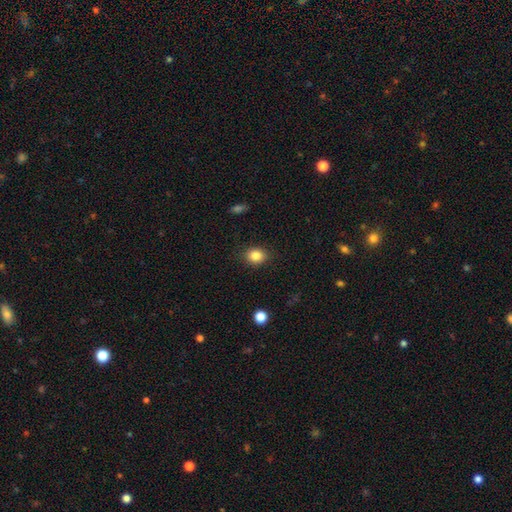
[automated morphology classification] Q: Smooth or featured?
A: smooth (84%); runner-up: star or artifact (10%)
Q: How rounded?
A: round (58%); runner-up: in between (41%)
Q: Merging?
A: none (88%); runner-up: minor disturbance (9%)